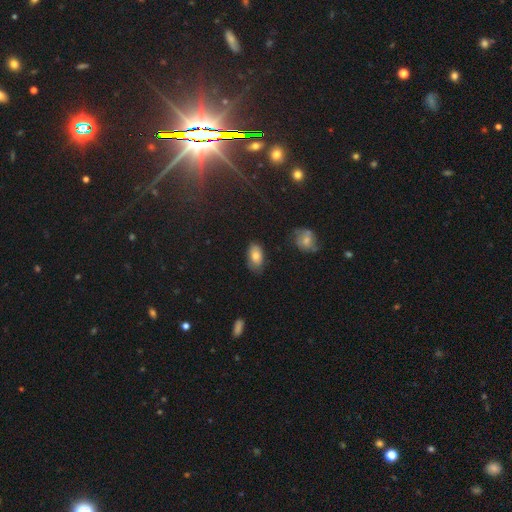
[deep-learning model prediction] This appears to be a smooth galaxy with no disk features (76%) that is in between round and cigar-shaped (93%). Merging: none (72%).